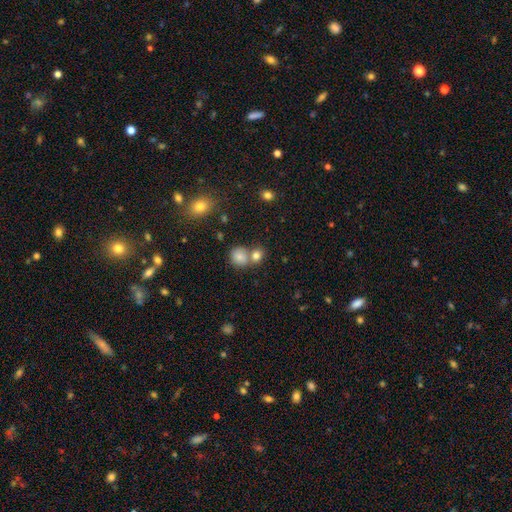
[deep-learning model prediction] A smooth galaxy with no disk features (81%) that is round (73%). Merging: none (51%).